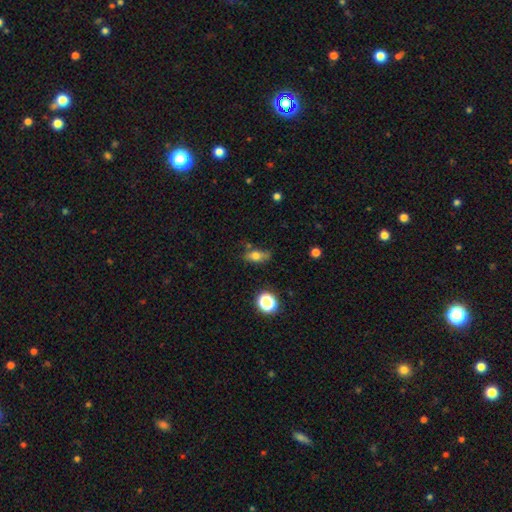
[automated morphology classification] Smooth or featured?
  - smooth: 68% *
  - featured or disk: 20%
  - star or artifact: 12%
How rounded?
  - in between: 72% *
  - cigar-shaped: 15%
  - round: 13%
Merging?
  - none: 65% *
  - minor disturbance: 23%
  - major disturbance: 6%
  - merger: 5%